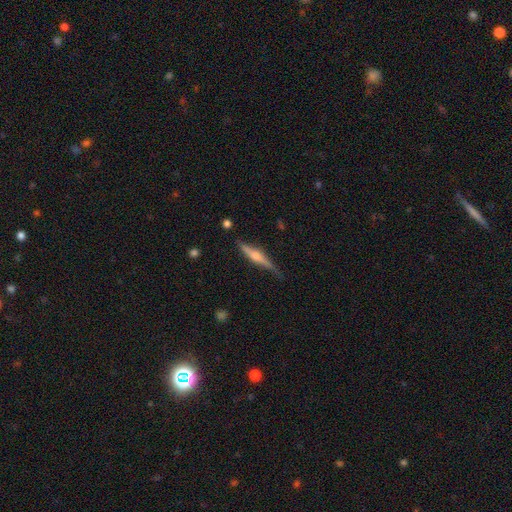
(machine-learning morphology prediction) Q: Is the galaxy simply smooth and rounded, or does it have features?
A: featured or disk — 62%.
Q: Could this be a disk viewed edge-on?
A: yes — 96%.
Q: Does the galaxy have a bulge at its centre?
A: rounded — 73%.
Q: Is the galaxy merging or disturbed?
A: none — 74%.